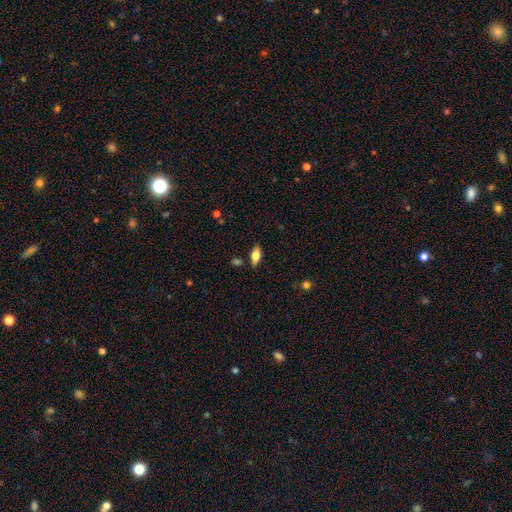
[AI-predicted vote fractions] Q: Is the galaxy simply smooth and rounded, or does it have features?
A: smooth — 63%.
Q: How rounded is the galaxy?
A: in between — 81%.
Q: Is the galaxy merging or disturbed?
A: none — 83%.